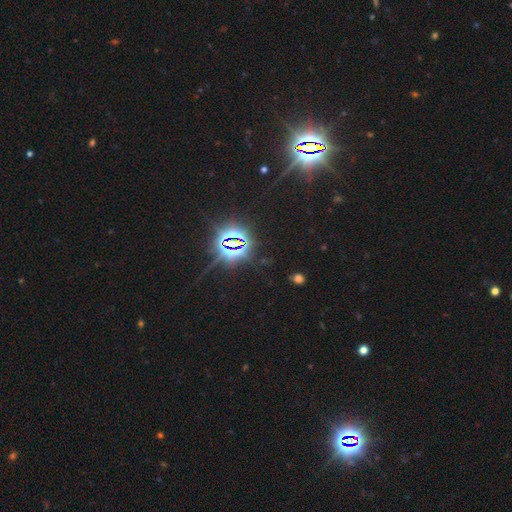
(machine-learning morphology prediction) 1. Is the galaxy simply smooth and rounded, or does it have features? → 86% star or artifact, 7% smooth, 6% featured or disk.